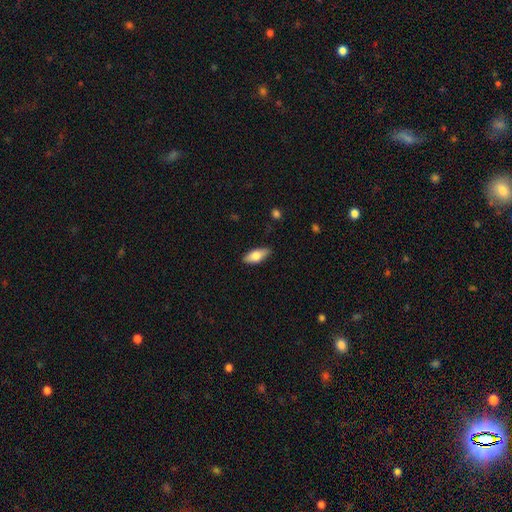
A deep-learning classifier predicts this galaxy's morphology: The model was most divided on "smooth or featured": smooth: 74%, featured or disk: 20%, star or artifact: 6%. More confident: merging — none (83%); how rounded — in between (81%).